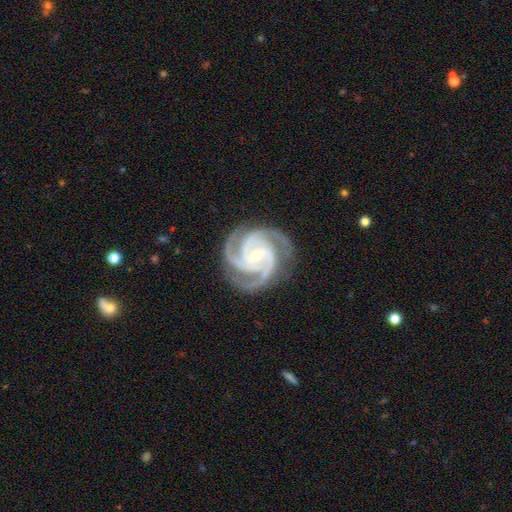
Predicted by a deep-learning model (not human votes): This is clearly a featured or disk galaxy (95%). It is clearly not viewed edge-on (98%). Bar: possibly no (52%). Spiral arm pattern: clearly yes (99%). Spiral arm count: likely 3 (72%). Spiral winding: likely tight (64%). Central bulge: likely small (68%). Merging: clearly none (82%).